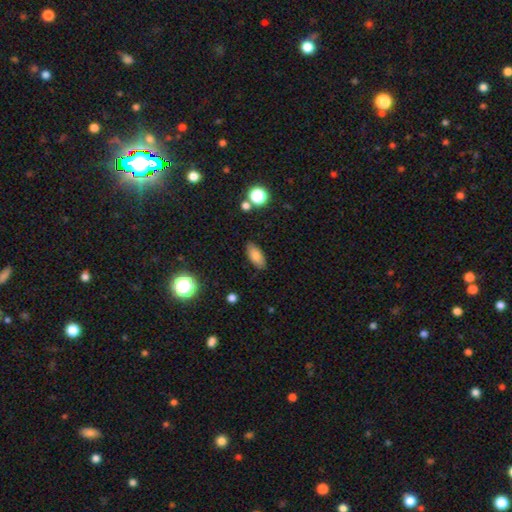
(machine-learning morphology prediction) Smooth or featured? smooth (80%)
How rounded? in between (85%)
Merging? none (85%)